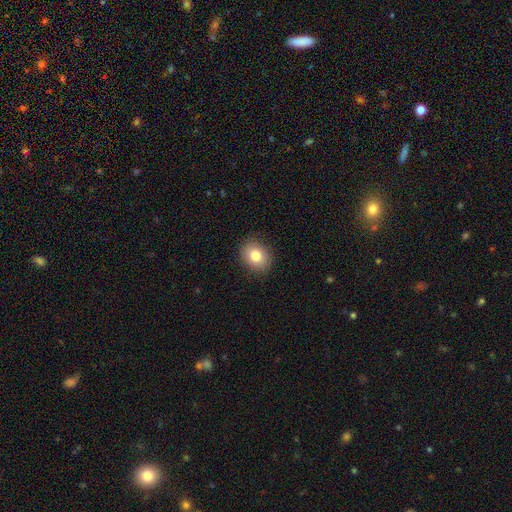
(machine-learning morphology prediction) Q: Smooth or featured?
A: smooth (82%); runner-up: featured or disk (9%)
Q: How rounded?
A: round (52%); runner-up: in between (47%)
Q: Merging?
A: none (88%); runner-up: minor disturbance (9%)